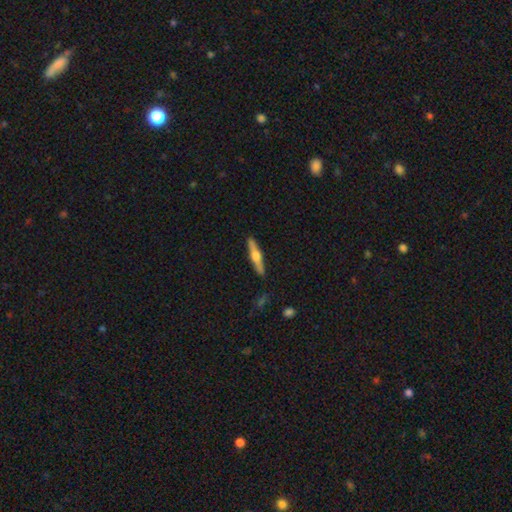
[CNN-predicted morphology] smooth-or-featured: featured or disk: 61% | smooth: 33% | star or artifact: 6%
  disk-edge-on: yes: 96% | no: 4%
    edge-on-bulge: rounded: 92% | boxy: 5% | none: 3%
  merging: none: 89% | minor disturbance: 8% | major disturbance: 2% | merger: 1%